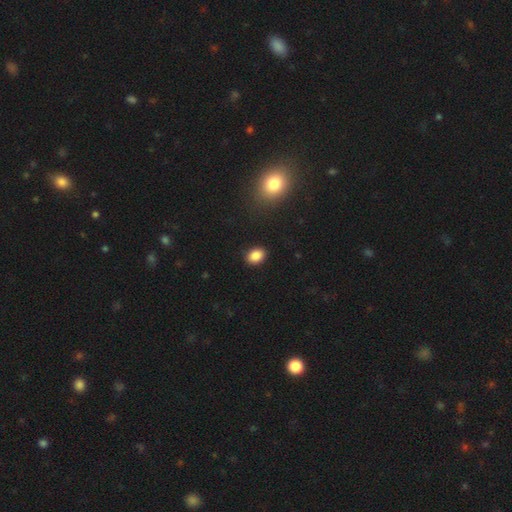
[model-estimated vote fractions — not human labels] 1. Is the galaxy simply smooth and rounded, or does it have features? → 87% smooth, 9% star or artifact, 4% featured or disk.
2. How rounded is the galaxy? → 74% in between, 25% round, 1% cigar-shaped.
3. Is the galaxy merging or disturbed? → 89% none, 8% minor disturbance, 2% major disturbance, 1% merger.